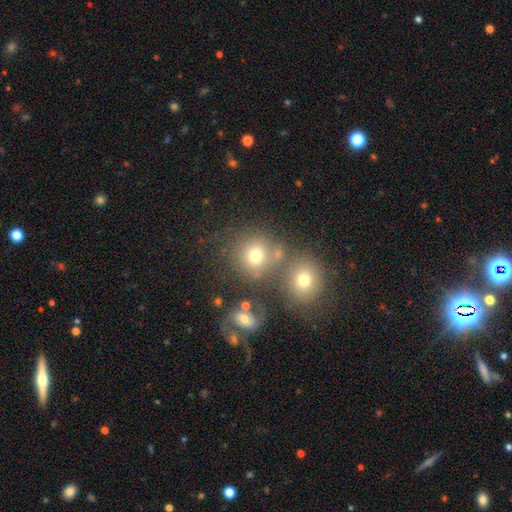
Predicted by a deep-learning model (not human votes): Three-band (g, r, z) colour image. It shows a smooth galaxy with no disk features (70%) that is round (82%). Merging: none (58%).